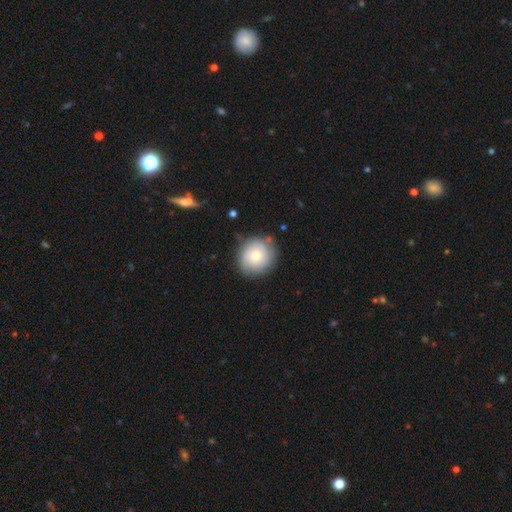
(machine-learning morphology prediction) smooth 65%, featured or disk 27%, star or artifact 7%. Down the decision tree: how rounded — round (88%); merging — none (77%).